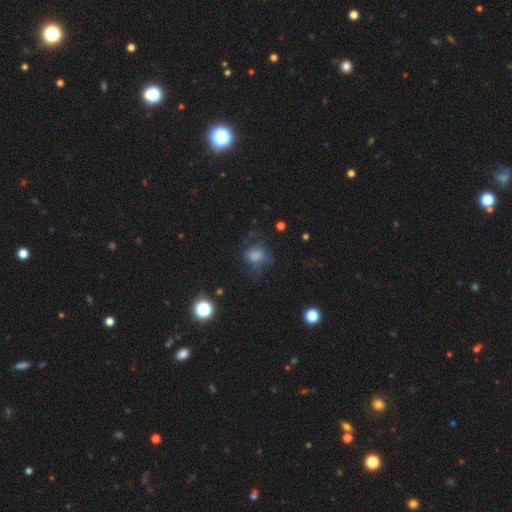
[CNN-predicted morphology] Smooth or featured? smooth (68%)
How rounded? round (59%)
Merging? none (46%)